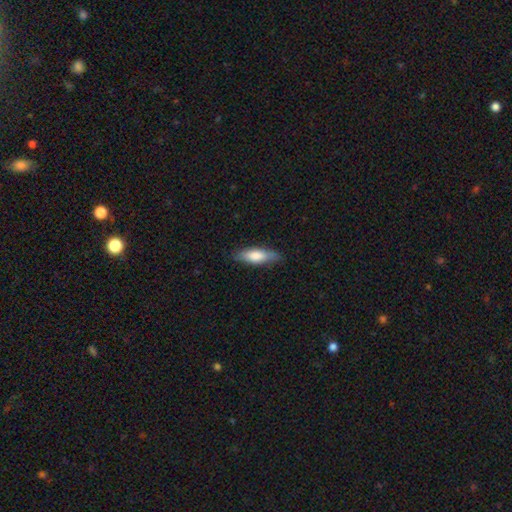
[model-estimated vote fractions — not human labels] A smooth galaxy with no disk features (74%) that is in between round and cigar-shaped (54%). Merging: none (80%).